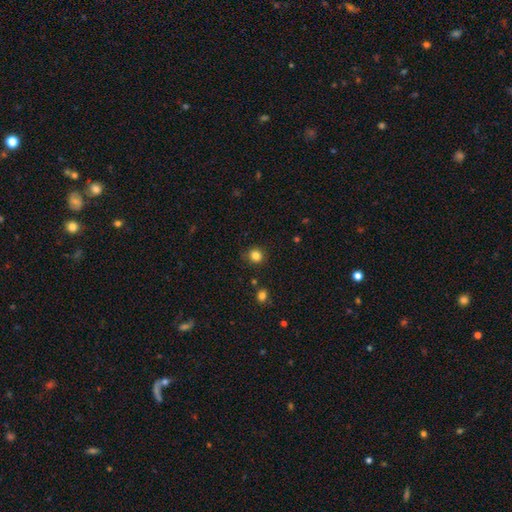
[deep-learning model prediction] This is clearly a smooth galaxy (83%). How rounded: clearly round (88%). Merging: clearly none (86%).